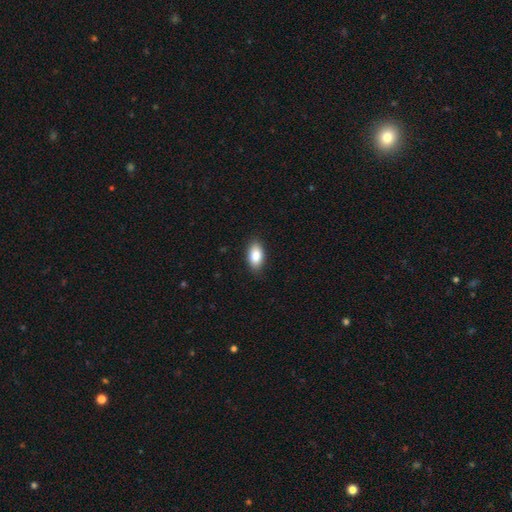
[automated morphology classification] Q: Smooth or featured?
A: smooth (87%); runner-up: star or artifact (7%)
Q: How rounded?
A: in between (92%); runner-up: cigar-shaped (4%)
Q: Merging?
A: none (87%); runner-up: minor disturbance (10%)